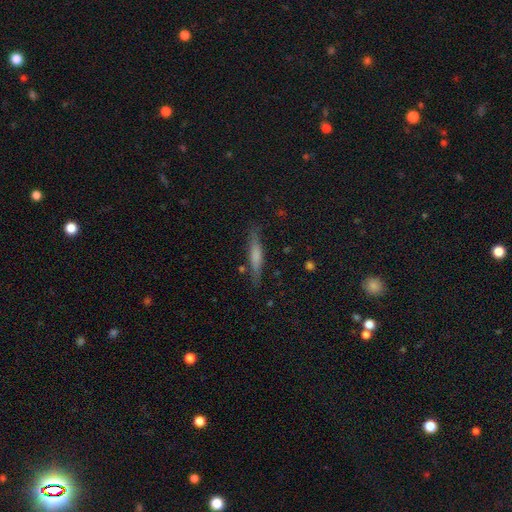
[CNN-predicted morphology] Smooth or featured: smooth — 51% (featured or disk — 42%)
How rounded: cigar-shaped — 89% (in between — 9%)
Merging: none — 82% (minor disturbance — 13%)